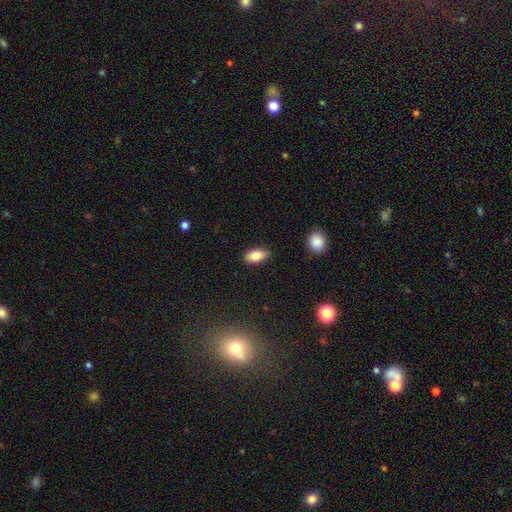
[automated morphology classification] Smooth or featured?
  - smooth: 83% *
  - featured or disk: 9%
  - star or artifact: 8%
How rounded?
  - in between: 91% *
  - cigar-shaped: 5%
  - round: 4%
Merging?
  - none: 85% *
  - minor disturbance: 11%
  - major disturbance: 2%
  - merger: 1%